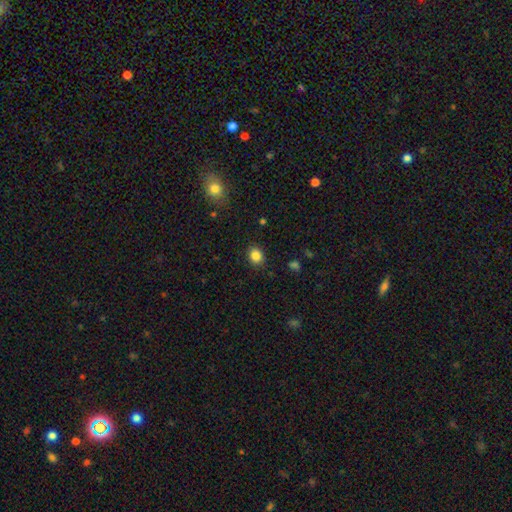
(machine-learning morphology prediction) Smooth or featured: smooth — 85% (star or artifact — 11%)
How rounded: round — 65% (in between — 34%)
Merging: none — 89% (minor disturbance — 8%)